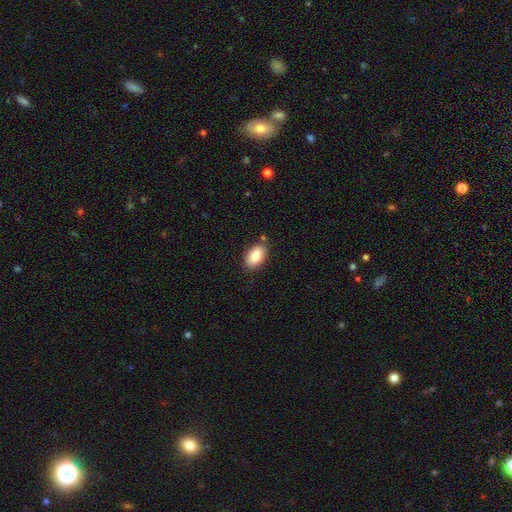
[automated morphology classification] Smooth or featured? Predicted: smooth (p=0.84). How rounded? Predicted: in between (p=0.93). Merging? Predicted: none (p=0.84).